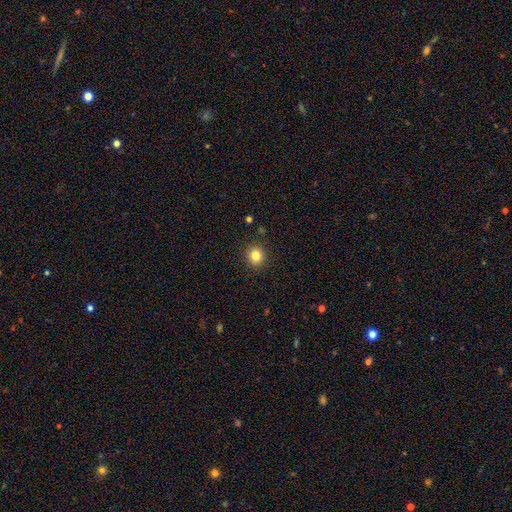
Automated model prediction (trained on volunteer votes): smooth_or_featured: smooth (p=0.82) [alt: star or artifact p=0.12]
how_rounded: round (p=0.88) [alt: in between p=0.11]
merging: none (p=0.90) [alt: minor disturbance p=0.06]